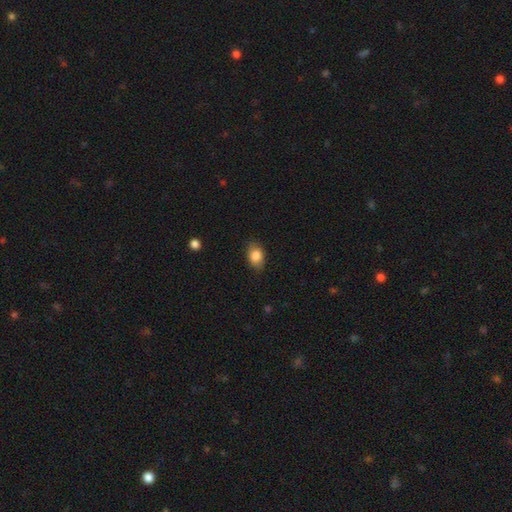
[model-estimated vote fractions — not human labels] The model was most divided on "how rounded": in between: 82%, round: 16%, cigar-shaped: 2%. More confident: smooth or featured — smooth (84%); merging — none (83%).